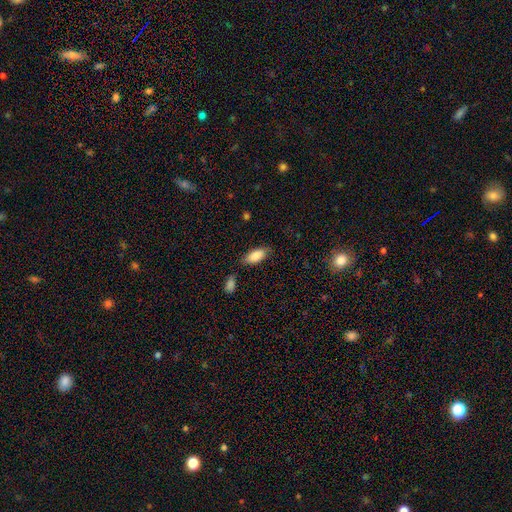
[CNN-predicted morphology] Smooth or featured: smooth — 85% (featured or disk — 9%)
How rounded: in between — 89% (cigar-shaped — 9%)
Merging: none — 73% (minor disturbance — 19%)